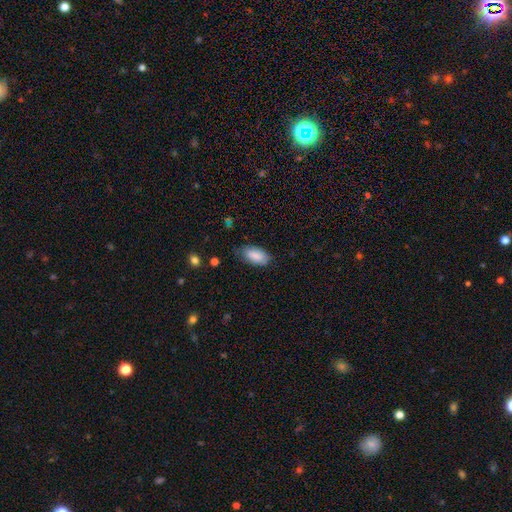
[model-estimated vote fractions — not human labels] A smooth galaxy with no disk features (87%) that is in between round and cigar-shaped (93%).

Vote fractions:
- Smooth or featured? smooth: 87% / featured or disk: 7% / star or artifact: 6%
- How rounded? in between: 93% / cigar-shaped: 4% / round: 3%
- Merging? none: 69% / minor disturbance: 25% / major disturbance: 5% / merger: 1%